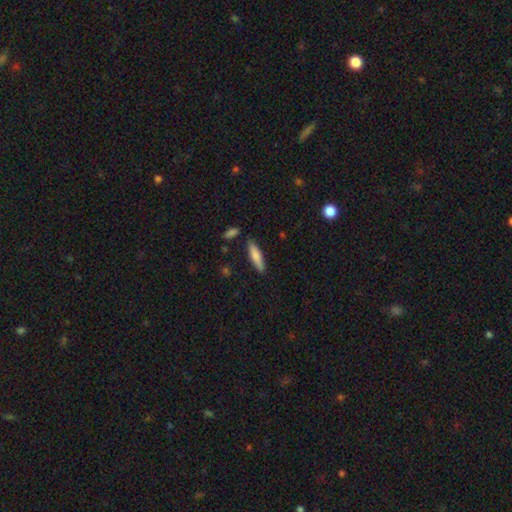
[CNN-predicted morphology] This is likely a smooth galaxy (78%). How rounded: likely cigar-shaped (71%). Merging: clearly none (84%).